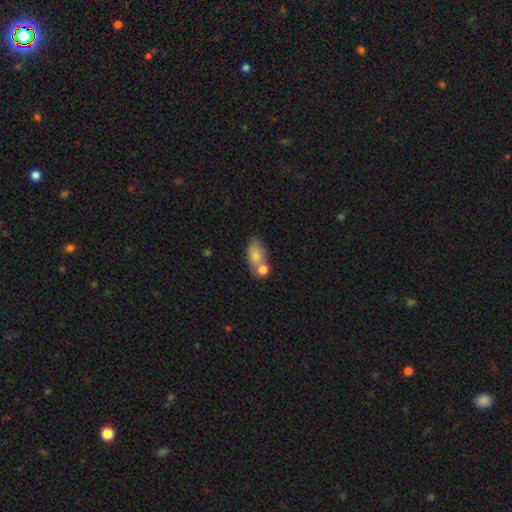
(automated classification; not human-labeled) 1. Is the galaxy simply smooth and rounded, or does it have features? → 78% smooth, 14% featured or disk, 8% star or artifact.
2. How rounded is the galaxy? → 85% in between, 11% round, 5% cigar-shaped.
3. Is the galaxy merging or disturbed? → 41% merger, 40% none, 14% minor disturbance, 5% major disturbance.